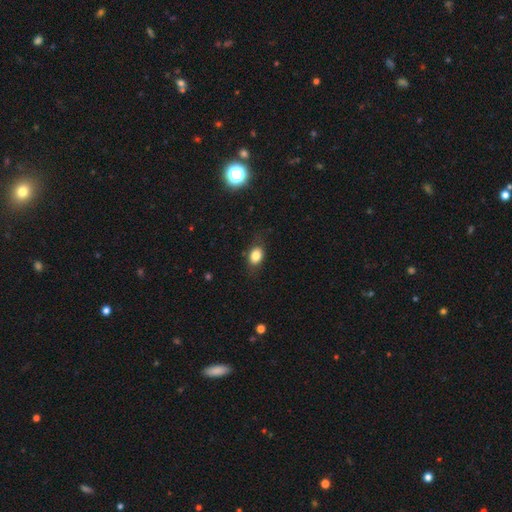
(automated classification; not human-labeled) The model was most divided on "how rounded": in between: 75%, round: 23%, cigar-shaped: 2%. More confident: smooth or featured — smooth (81%); merging — none (76%).